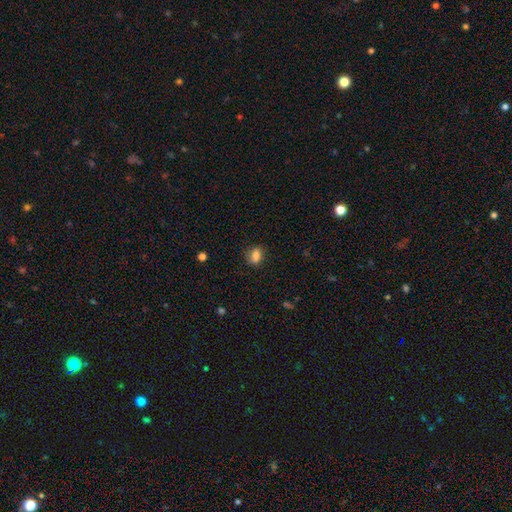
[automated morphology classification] Smooth or featured: smooth — 81% (star or artifact — 10%)
How rounded: in between — 70% (round — 28%)
Merging: none — 71% (minor disturbance — 21%)